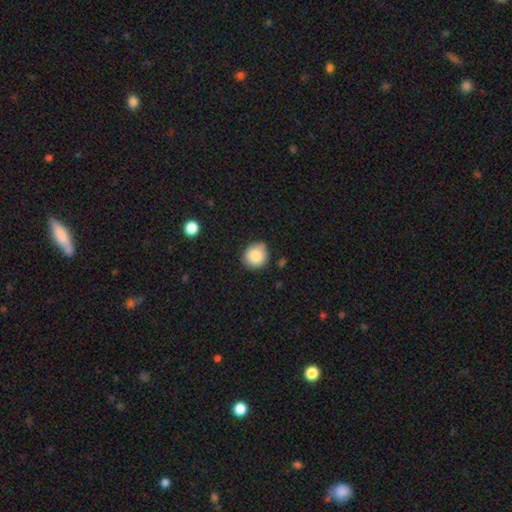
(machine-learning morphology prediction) Smooth or featured? smooth (86%)
How rounded? round (85%)
Merging? none (82%)